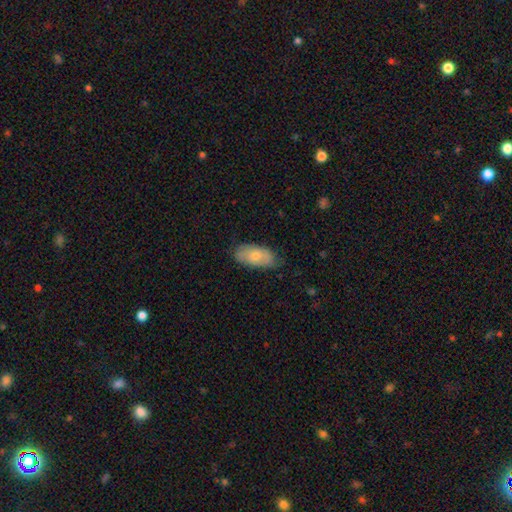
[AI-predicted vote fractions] smooth 69%, featured or disk 25%, star or artifact 7%. Down the decision tree: how rounded — in between (91%); merging — none (79%).